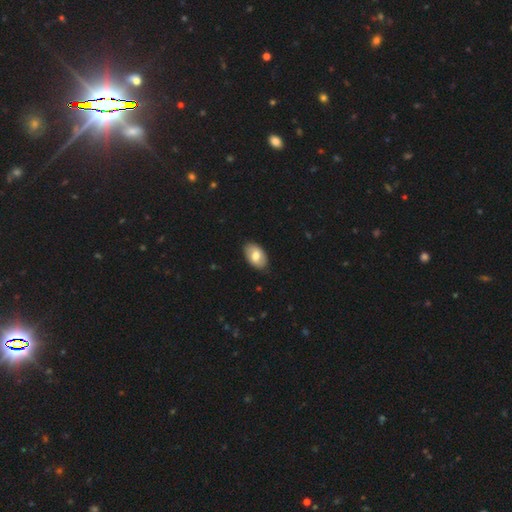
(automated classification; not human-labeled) smooth-or-featured: smooth: 72% | featured or disk: 22% | star or artifact: 6%
  how-rounded: in between: 92% | round: 7% | cigar-shaped: 1%
  merging: none: 86% | minor disturbance: 11% | major disturbance: 2% | merger: 1%